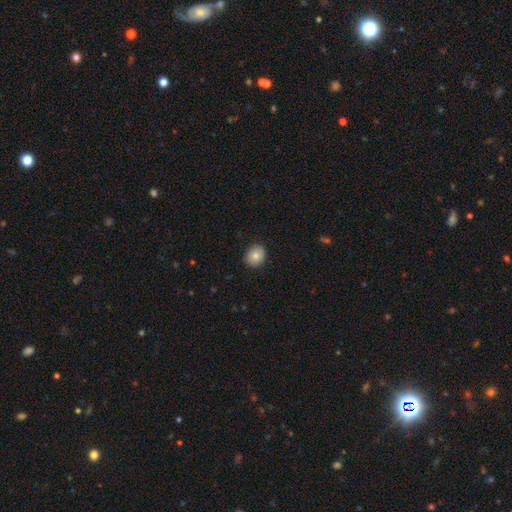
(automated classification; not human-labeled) Smooth or featured: smooth — 82% (featured or disk — 10%)
How rounded: round — 64% (in between — 35%)
Merging: none — 89% (minor disturbance — 8%)